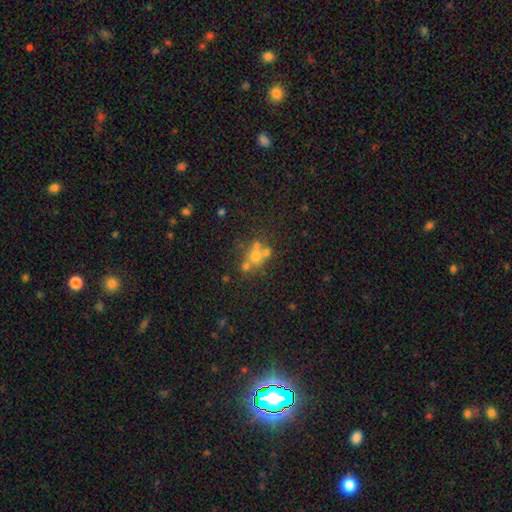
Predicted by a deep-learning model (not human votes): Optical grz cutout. It shows a smooth galaxy with no disk features (49%). Merging: none (47%).